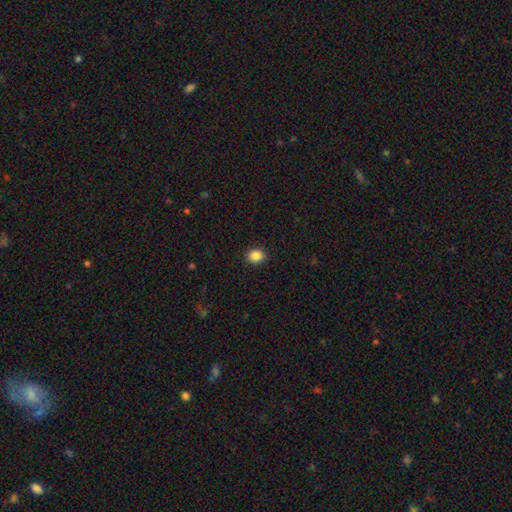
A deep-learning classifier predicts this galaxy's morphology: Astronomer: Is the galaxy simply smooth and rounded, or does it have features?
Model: smooth — 87%.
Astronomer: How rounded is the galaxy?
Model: round — 54% (runner-up: in between, 45%).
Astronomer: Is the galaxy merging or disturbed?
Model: none — 91%.